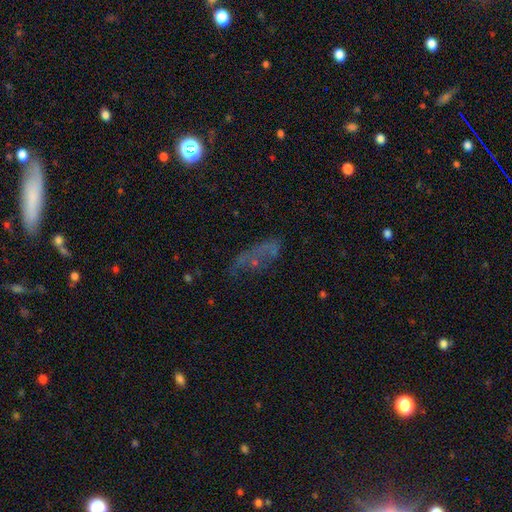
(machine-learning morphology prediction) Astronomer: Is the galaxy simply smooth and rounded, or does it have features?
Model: smooth — 37% (runner-up: featured or disk, 32%).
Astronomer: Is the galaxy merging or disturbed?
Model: none — 47% (runner-up: major disturbance, 27%).